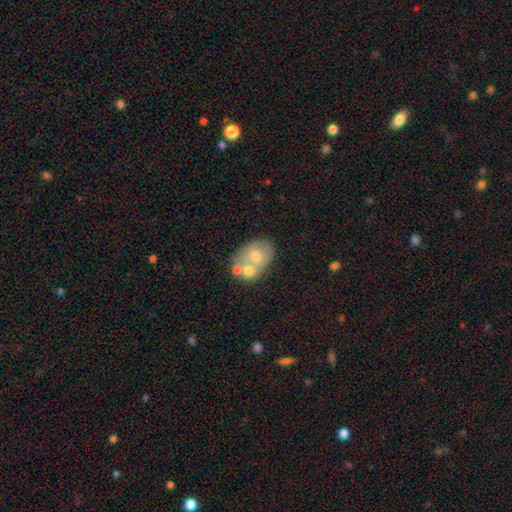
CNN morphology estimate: Overall: smooth (58%; featured or disk 33%). How rounded: in between (69%). Merging: merger (48%; none 33%).